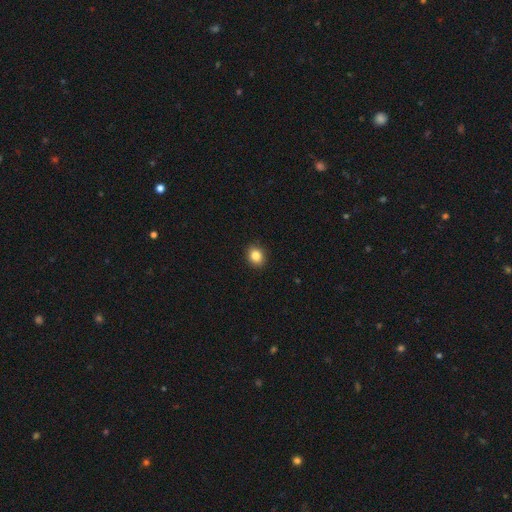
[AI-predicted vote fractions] A smooth galaxy with no disk features (84%) that is round (62%). Merging: none (91%).